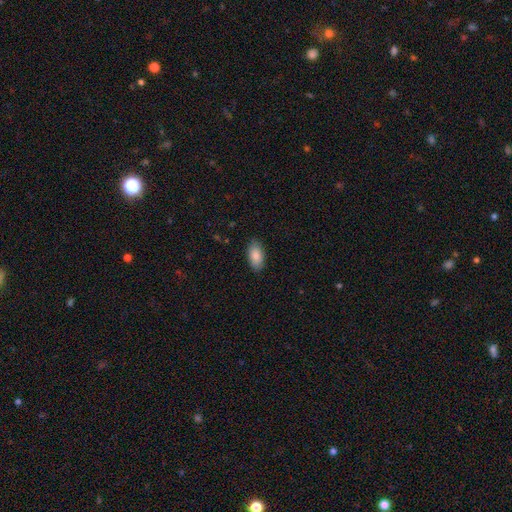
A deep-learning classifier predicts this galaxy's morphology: The model was most divided on "merging": none: 87%, minor disturbance: 10%, major disturbance: 2%, merger: 1%. More confident: how rounded — in between (94%); smooth or featured — smooth (87%).